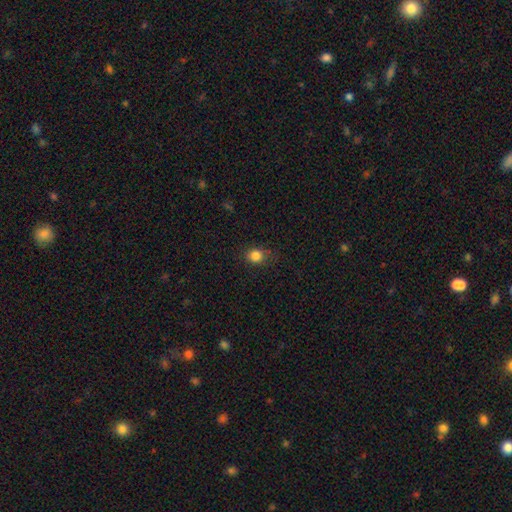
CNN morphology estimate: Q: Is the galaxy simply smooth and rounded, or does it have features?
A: smooth — 83%.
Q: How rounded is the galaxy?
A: round — 74%.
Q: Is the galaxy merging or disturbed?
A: none — 80%.